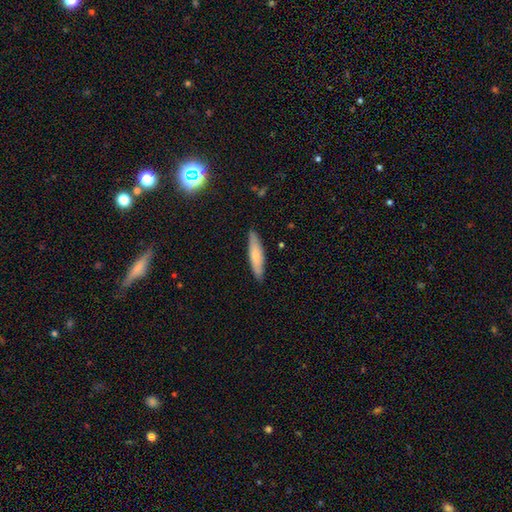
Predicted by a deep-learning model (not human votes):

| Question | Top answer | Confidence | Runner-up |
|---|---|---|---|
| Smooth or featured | smooth | 66% | featured or disk (29%) |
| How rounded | cigar-shaped | 75% | in between (24%) |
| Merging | none | 87% | minor disturbance (11%) |